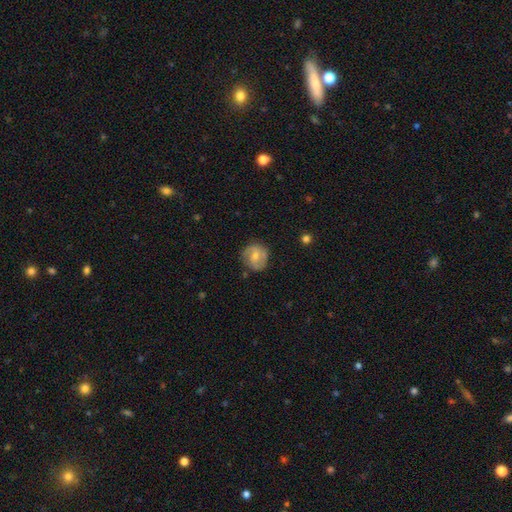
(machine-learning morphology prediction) Smooth or featured: featured or disk — 59% (smooth — 34%)
Edge-on disk: no — 97% (yes — 3%)
Bar: no — 45% (weak — 43%)
Spiral arms: yes — 84% (no — 16%)
Bulge size: small — 48% (moderate — 46%)
Merging: none — 73% (minor disturbance — 19%)